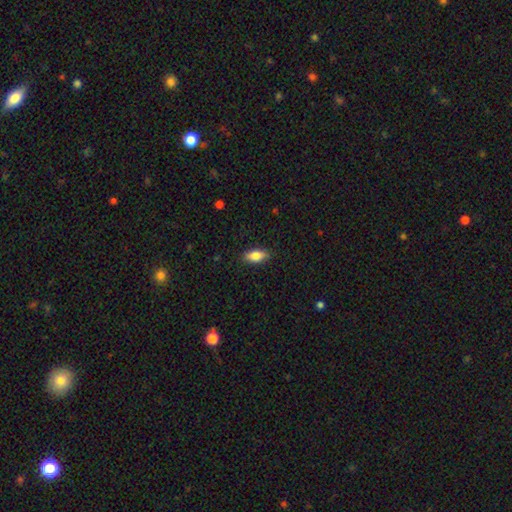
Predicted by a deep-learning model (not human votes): Smooth or featured: smooth — 80% (featured or disk — 13%)
How rounded: in between — 84% (cigar-shaped — 11%)
Merging: none — 87% (minor disturbance — 10%)